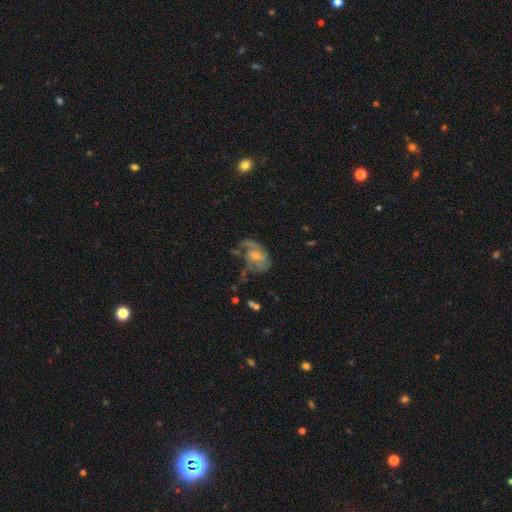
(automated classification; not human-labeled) Smooth or featured? featured or disk (69%)
Edge-on disk? no (96%)
Bar? no (58%)
Spiral arms? yes (73%)
Bulge size? small (50%)
Merging? none (36%)